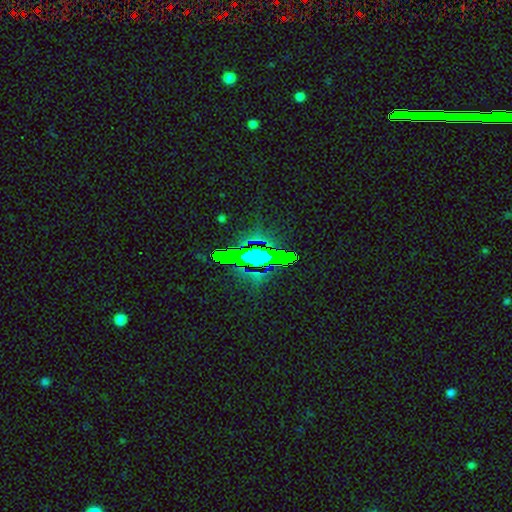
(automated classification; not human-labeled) Smooth or featured: star or artifact — 71% (smooth — 17%)